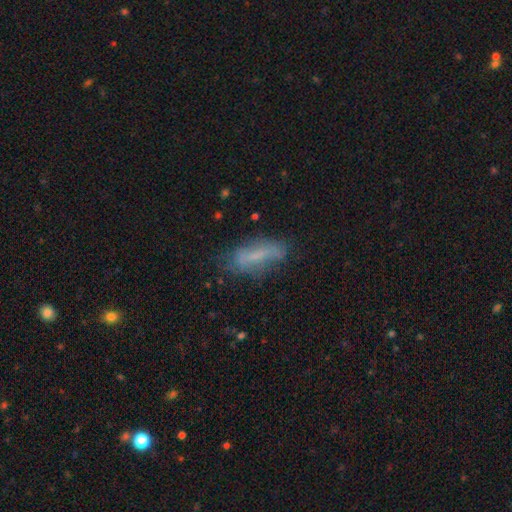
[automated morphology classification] A smooth galaxy with no disk features (56%) that is in between round and cigar-shaped (49%).

Vote fractions:
- Smooth or featured? smooth: 56% / featured or disk: 33% / star or artifact: 11%
- How rounded? in between: 49% / cigar-shaped: 48% / round: 2%
- Merging? none: 63% / minor disturbance: 24% / major disturbance: 10% / merger: 3%